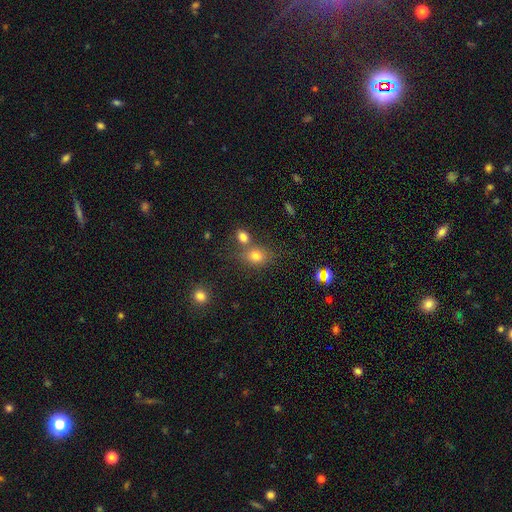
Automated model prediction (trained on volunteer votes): A smooth galaxy with no disk features (75%) that is round (52%). Merging: none (56%).